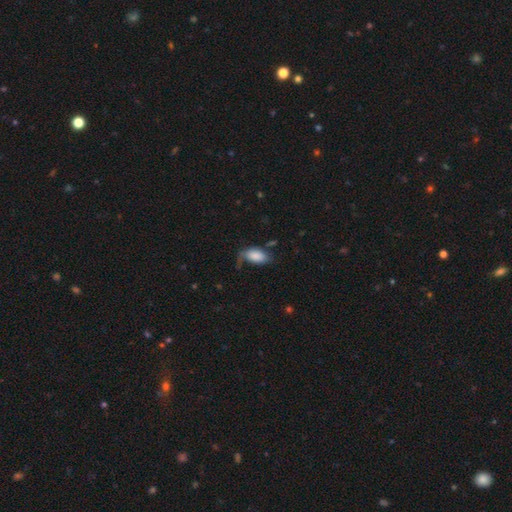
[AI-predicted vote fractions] A smooth galaxy with no disk features (80%) that is in between round and cigar-shaped (93%). Merging: none (41%).